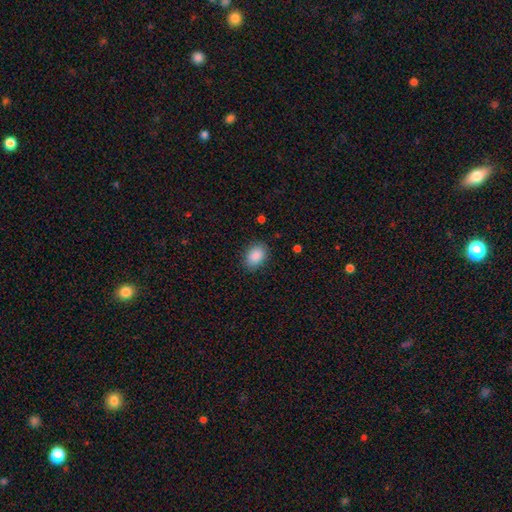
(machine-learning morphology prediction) Smooth or featured?
  - smooth: 88% *
  - star or artifact: 8%
  - featured or disk: 4%
How rounded?
  - in between: 78% *
  - round: 20%
  - cigar-shaped: 1%
Merging?
  - none: 85% *
  - minor disturbance: 11%
  - major disturbance: 3%
  - merger: 1%